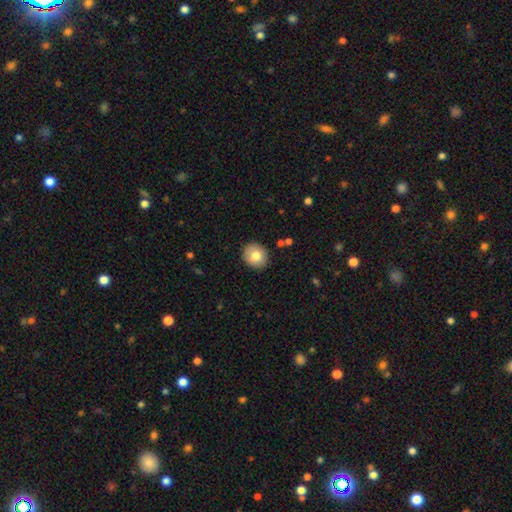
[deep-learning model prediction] Q: Smooth or featured?
A: smooth (78%); runner-up: featured or disk (13%)
Q: How rounded?
A: round (81%); runner-up: in between (18%)
Q: Merging?
A: none (88%); runner-up: minor disturbance (8%)